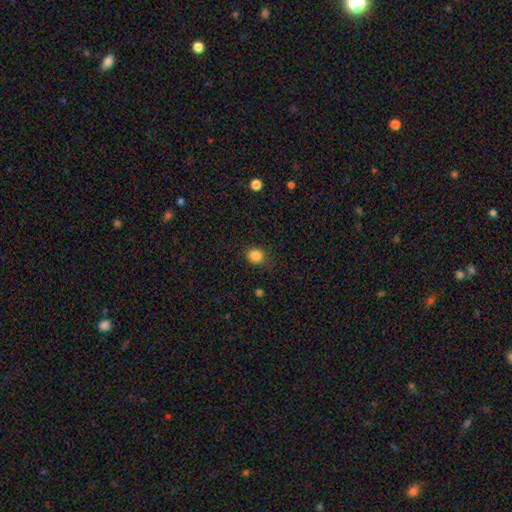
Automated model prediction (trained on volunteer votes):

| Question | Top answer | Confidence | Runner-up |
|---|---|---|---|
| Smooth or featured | smooth | 85% | star or artifact (11%) |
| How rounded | round | 72% | in between (27%) |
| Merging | none | 83% | minor disturbance (13%) |